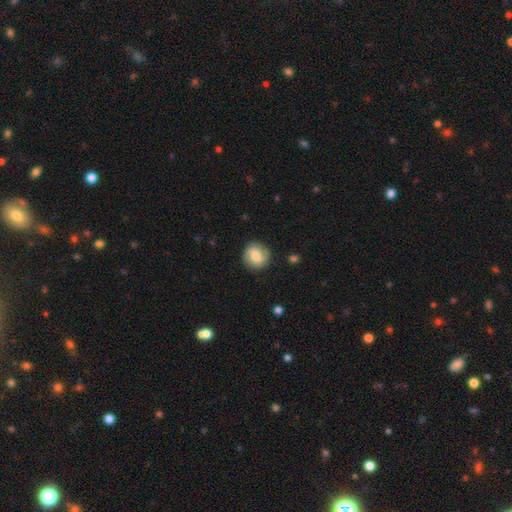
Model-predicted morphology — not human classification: A smooth galaxy with no disk features (53%) that is round (86%). Merging: none (81%).